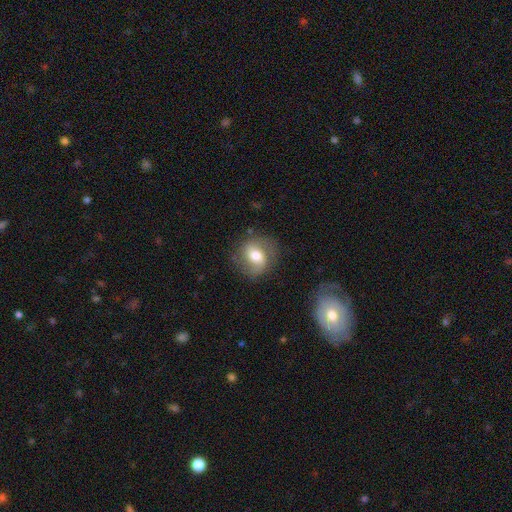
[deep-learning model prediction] smooth_or_featured: smooth (p=0.47) [alt: featured or disk p=0.45]
merging: none (p=0.74) [alt: minor disturbance p=0.17]